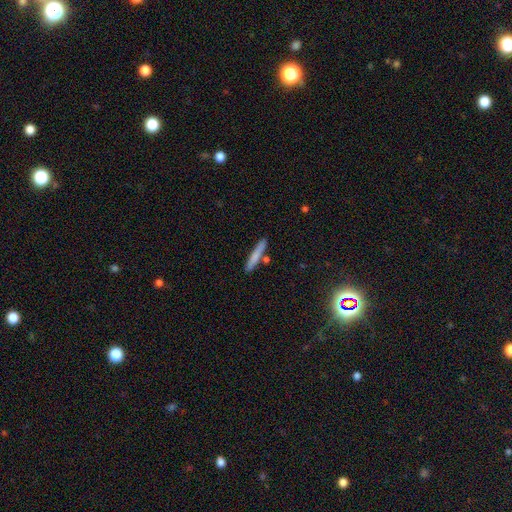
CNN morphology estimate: The model was most divided on "smooth or featured": smooth: 73%, featured or disk: 21%, star or artifact: 6%. More confident: how rounded — cigar-shaped (94%); merging — none (81%).